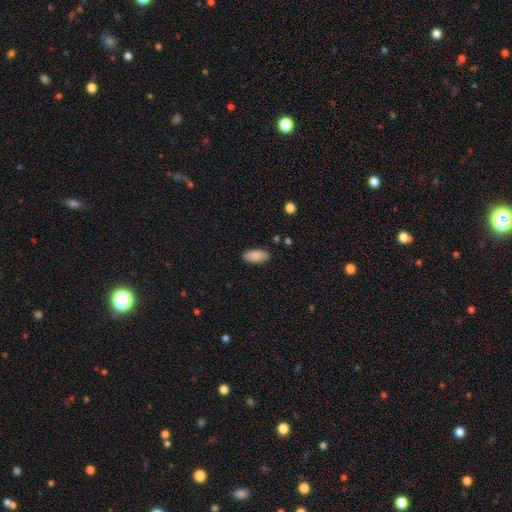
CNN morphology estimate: Smooth or featured?
  - smooth: 89% *
  - star or artifact: 7%
  - featured or disk: 5%
How rounded?
  - in between: 91% *
  - cigar-shaped: 7%
  - round: 2%
Merging?
  - none: 87% *
  - minor disturbance: 10%
  - major disturbance: 2%
  - merger: 1%